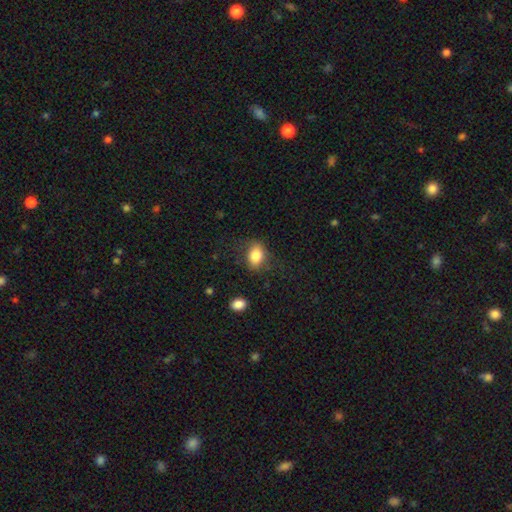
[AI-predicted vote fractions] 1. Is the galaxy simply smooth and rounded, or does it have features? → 84% smooth, 8% star or artifact, 8% featured or disk.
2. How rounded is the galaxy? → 73% in between, 25% round, 1% cigar-shaped.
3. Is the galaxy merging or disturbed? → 73% none, 18% minor disturbance, 7% major disturbance, 2% merger.